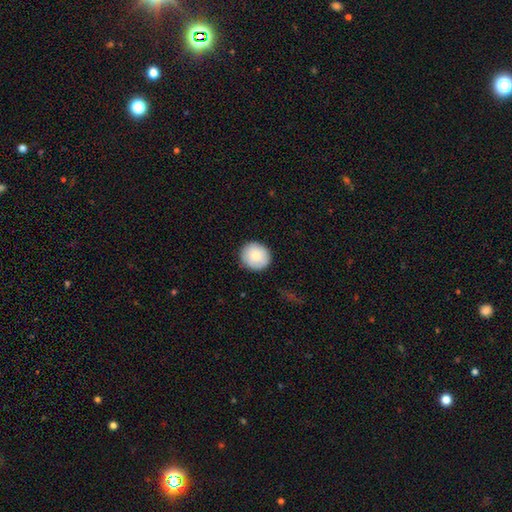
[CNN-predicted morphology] The model was most divided on "smooth or featured": smooth: 84%, featured or disk: 9%, star or artifact: 7%. More confident: how rounded — round (92%); merging — none (88%).